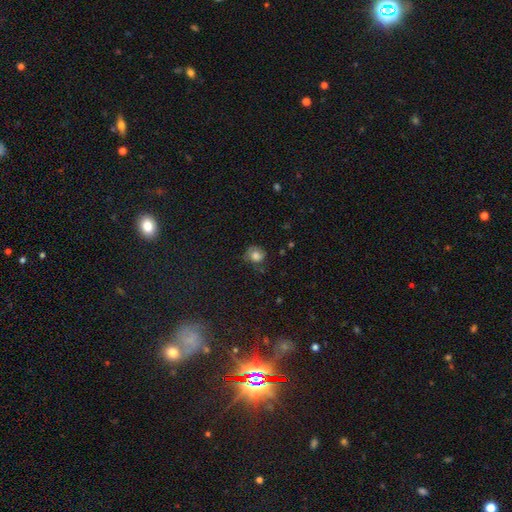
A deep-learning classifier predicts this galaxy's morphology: Overall: smooth (65%). How rounded: round (75%). Merging: none (59%; minor disturbance 26%).